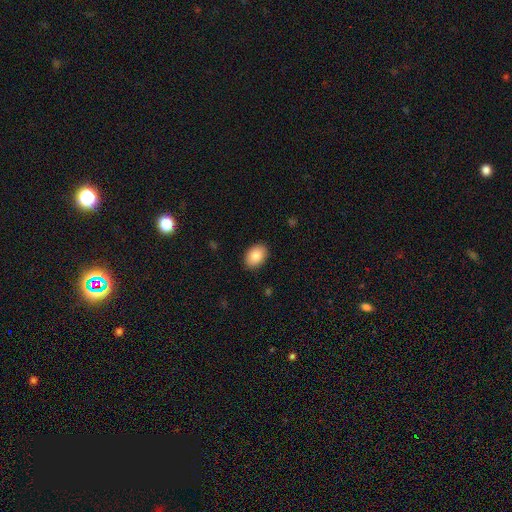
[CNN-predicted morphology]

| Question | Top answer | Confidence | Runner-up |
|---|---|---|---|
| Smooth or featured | smooth | 85% | featured or disk (8%) |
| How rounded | in between | 80% | round (19%) |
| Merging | none | 90% | minor disturbance (8%) |